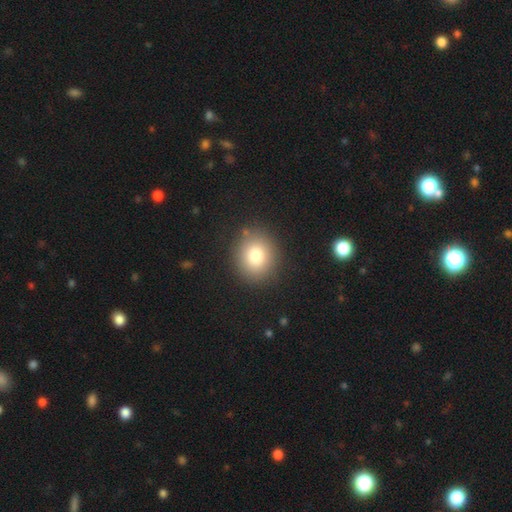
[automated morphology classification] Overall: smooth (79%). How rounded: round (76%). Merging: none (87%).